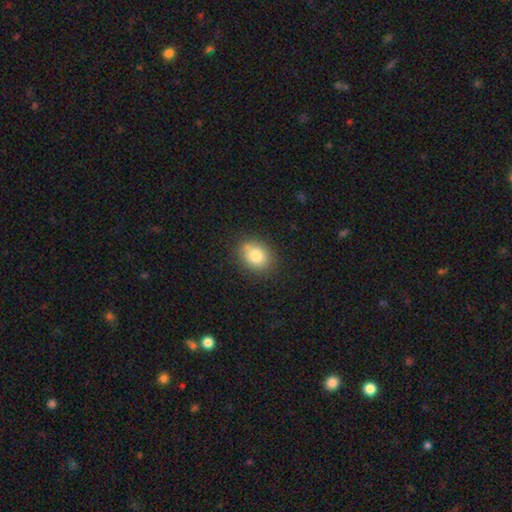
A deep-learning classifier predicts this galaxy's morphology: Smooth or featured?
  - smooth: 79% *
  - featured or disk: 10%
  - star or artifact: 10%
How rounded?
  - round: 51% *
  - in between: 48%
  - cigar-shaped: 1%
Merging?
  - none: 76% *
  - minor disturbance: 15%
  - merger: 5%
  - major disturbance: 4%